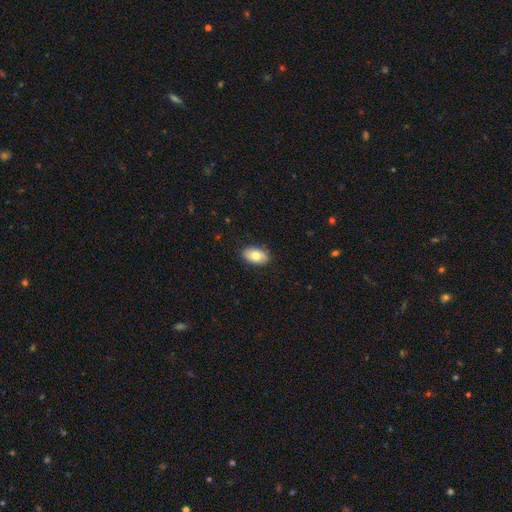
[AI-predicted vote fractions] Overall: smooth (76%). How rounded: in between (91%). Merging: none (86%).